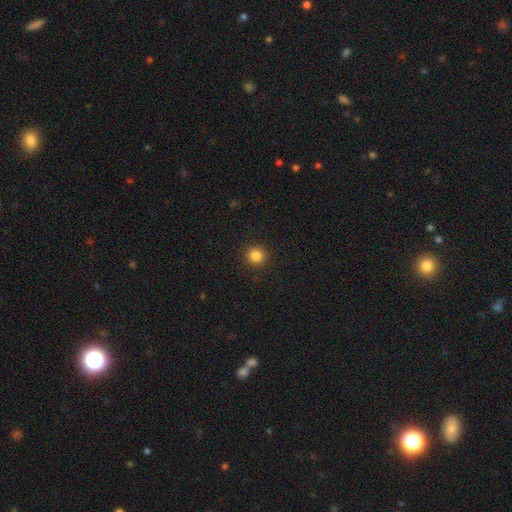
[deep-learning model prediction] smooth_or_featured: smooth (p=0.85) [alt: star or artifact p=0.12]
how_rounded: round (p=0.94) [alt: in between p=0.05]
merging: none (p=0.92) [alt: minor disturbance p=0.05]